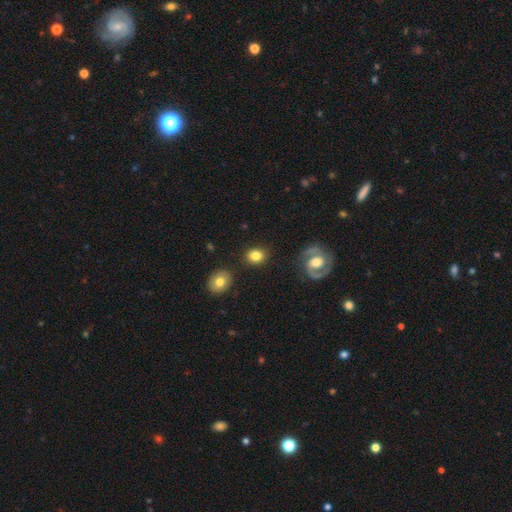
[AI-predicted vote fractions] A smooth galaxy with no disk features (80%) that is round (59%).

Vote fractions:
- Smooth or featured? smooth: 80% / featured or disk: 12% / star or artifact: 8%
- How rounded? round: 59% / in between: 40% / cigar-shaped: 1%
- Merging? none: 84% / minor disturbance: 9% / major disturbance: 3% / merger: 3%